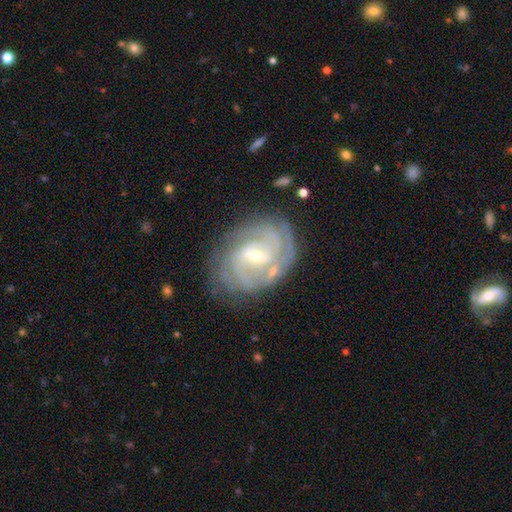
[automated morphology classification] Smooth or featured? Predicted: featured or disk (p=0.87). Edge-on disk? Predicted: no (p=0.97). Bar? Predicted: weak (p=0.53). Spiral arms? Predicted: yes (p=0.96). Spiral winding? Predicted: tight (p=0.62). Spiral arm count? Predicted: can't tell (p=0.25). Bulge size? Predicted: small (p=0.71). Merging? Predicted: none (p=0.74).